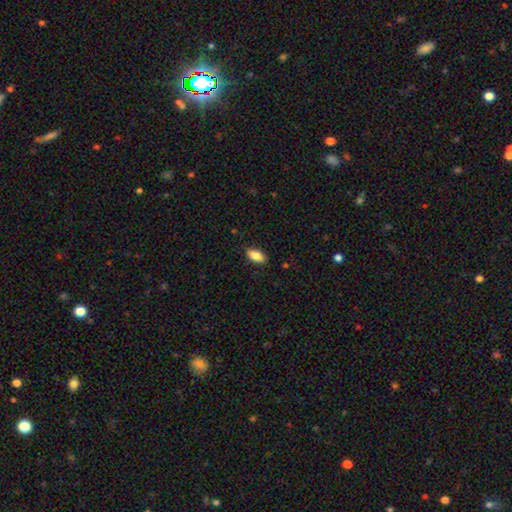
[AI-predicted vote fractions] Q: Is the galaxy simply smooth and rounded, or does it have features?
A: smooth — 86%.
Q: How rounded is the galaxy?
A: in between — 91%.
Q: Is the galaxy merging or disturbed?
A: none — 88%.